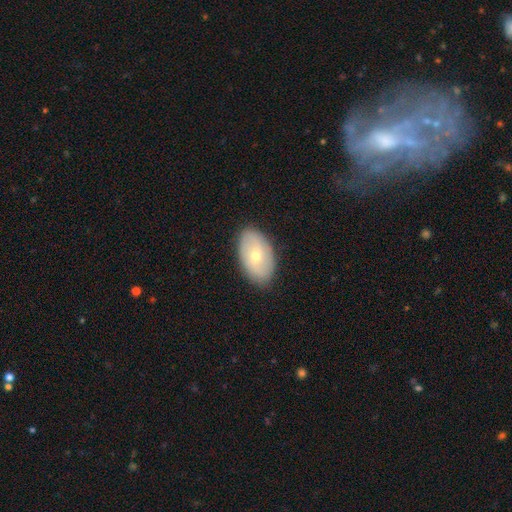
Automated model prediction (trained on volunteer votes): Smooth or featured?
  - smooth: 54% *
  - featured or disk: 39%
  - star or artifact: 7%
How rounded?
  - in between: 92% *
  - round: 7%
  - cigar-shaped: 1%
Merging?
  - none: 86% *
  - minor disturbance: 10%
  - major disturbance: 2%
  - merger: 1%